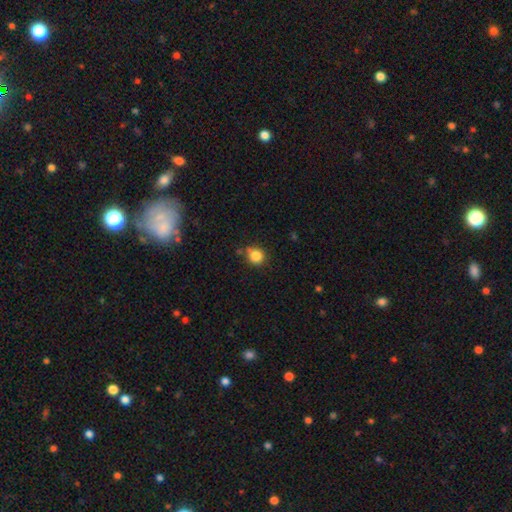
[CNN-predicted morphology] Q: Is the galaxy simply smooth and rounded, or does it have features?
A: smooth — 84%.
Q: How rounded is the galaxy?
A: round — 84%.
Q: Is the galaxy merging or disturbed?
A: none — 69%.